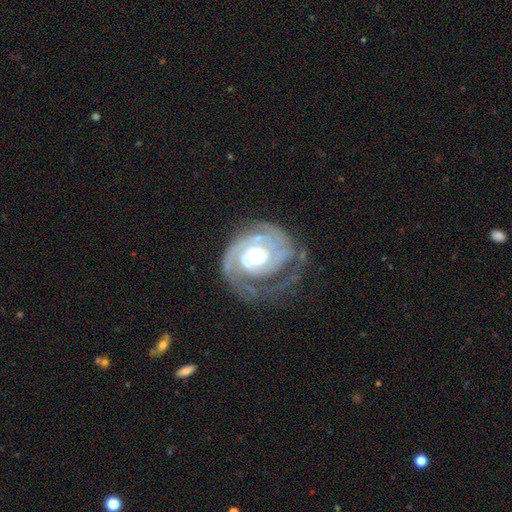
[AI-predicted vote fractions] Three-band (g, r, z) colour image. It shows a featured or disk galaxy (89%) with no bar (69%), 2 (32%) tight (69%) spiral arms (96%) and a moderate central bulge (67%). Merging: none (55%).